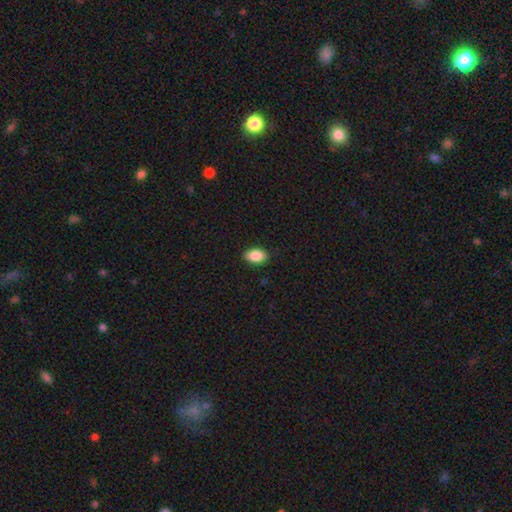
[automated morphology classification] The model was most divided on "merging": none: 88%, minor disturbance: 9%, major disturbance: 2%, merger: 1%. More confident: how rounded — in between (91%); smooth or featured — smooth (88%).